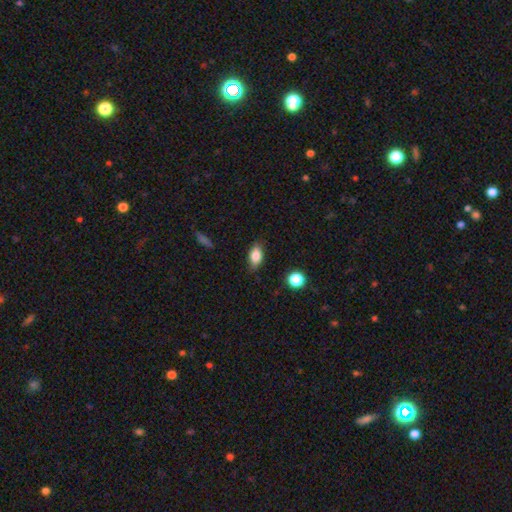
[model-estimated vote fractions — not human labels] Q: Smooth or featured?
A: smooth (82%); runner-up: featured or disk (9%)
Q: How rounded?
A: in between (87%); runner-up: round (8%)
Q: Merging?
A: none (83%); runner-up: minor disturbance (13%)